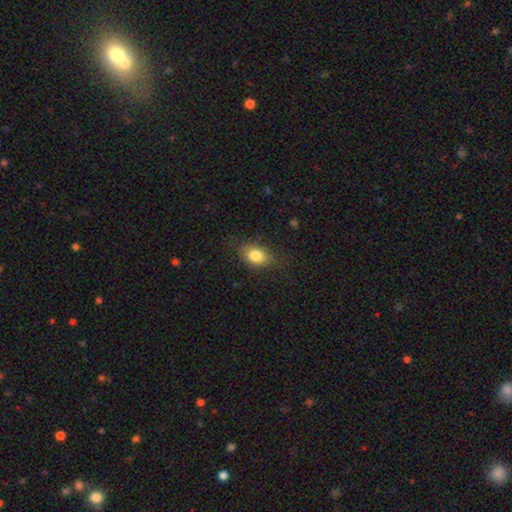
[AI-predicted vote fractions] Overall: smooth (81%). How rounded: in between (81%). Merging: none (75%).